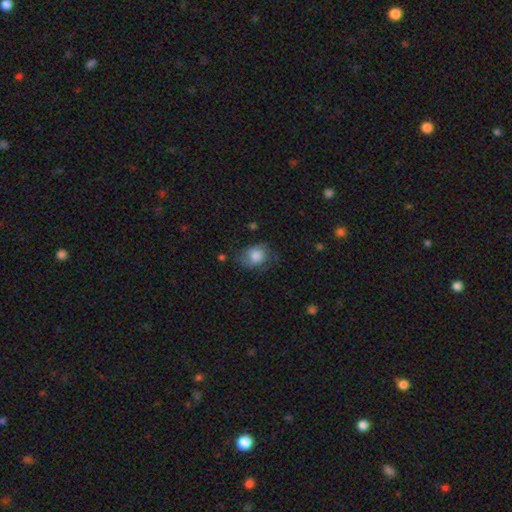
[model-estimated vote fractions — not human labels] smooth 76%, featured or disk 17%, star or artifact 8%. Down the decision tree: how rounded — in between (50%); merging — none (52%).